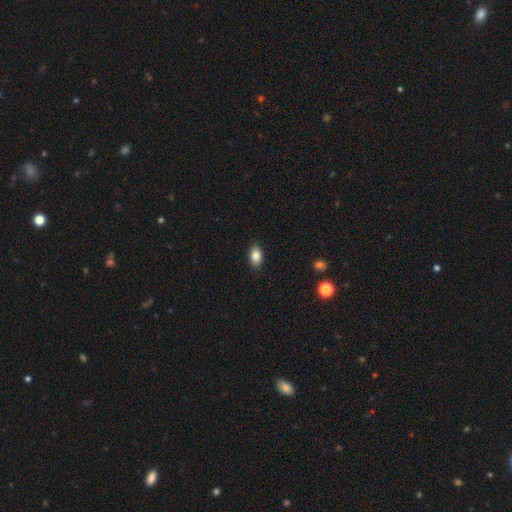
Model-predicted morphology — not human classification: Smooth or featured? smooth (85%)
How rounded? in between (88%)
Merging? none (88%)